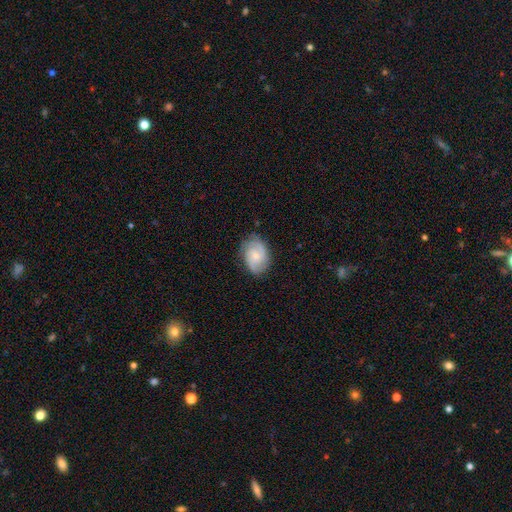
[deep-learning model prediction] Overall: featured or disk (66%; smooth 27%). Edge-on disk: no (97%). Bar: no (55%; weak 39%). Spiral arms: yes (94%). Spiral arm count: 2 (68%). Spiral winding: medium (45%; tight 41%). Bulge size: small (56%; moderate 33%). Merging: none (77%).